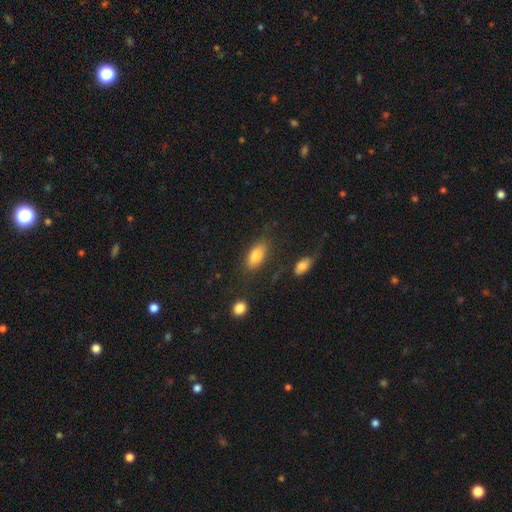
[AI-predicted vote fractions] Smooth or featured?
  - smooth: 81% *
  - featured or disk: 11%
  - star or artifact: 8%
How rounded?
  - in between: 88% *
  - cigar-shaped: 8%
  - round: 4%
Merging?
  - none: 72% *
  - minor disturbance: 16%
  - major disturbance: 6%
  - merger: 5%